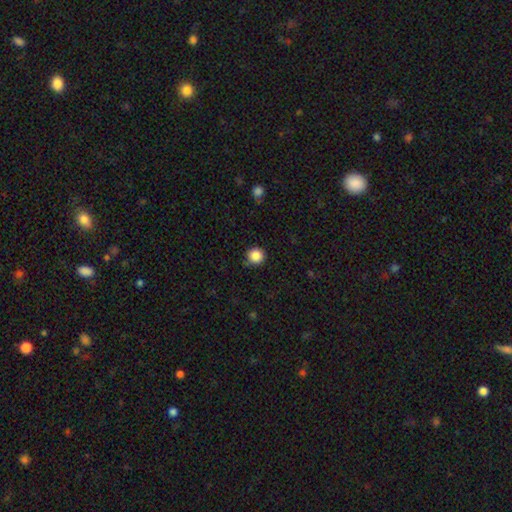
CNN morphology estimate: This is clearly a smooth galaxy (86%). How rounded: clearly round (94%). Merging: clearly none (87%).